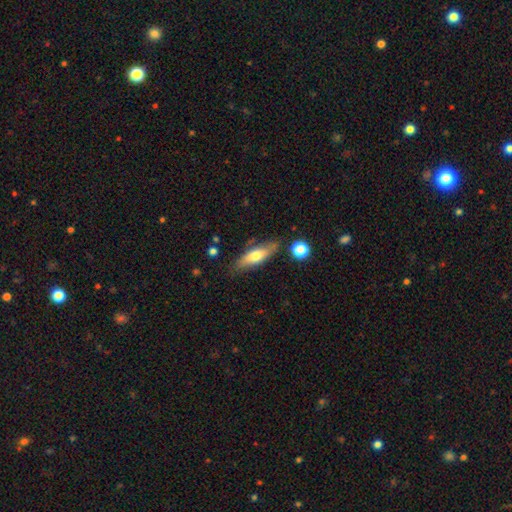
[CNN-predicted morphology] This appears to be a smooth galaxy with no disk features (62%) that is in between round and cigar-shaped (52%). Merging: none (75%).